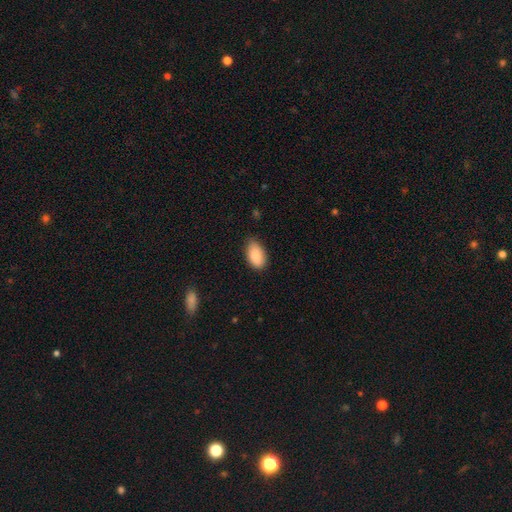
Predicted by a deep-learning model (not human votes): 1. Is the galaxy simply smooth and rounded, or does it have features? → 89% smooth, 6% star or artifact, 5% featured or disk.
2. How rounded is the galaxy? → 94% in between, 4% round, 2% cigar-shaped.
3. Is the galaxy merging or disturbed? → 74% none, 22% minor disturbance, 3% major disturbance, 1% merger.